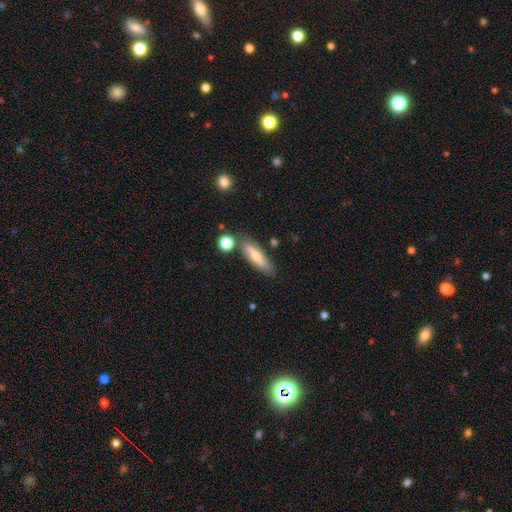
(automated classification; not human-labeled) The model was most divided on "smooth or featured": smooth: 58%, featured or disk: 34%, star or artifact: 8%. More confident: merging — none (78%); how rounded — cigar-shaped (64%).